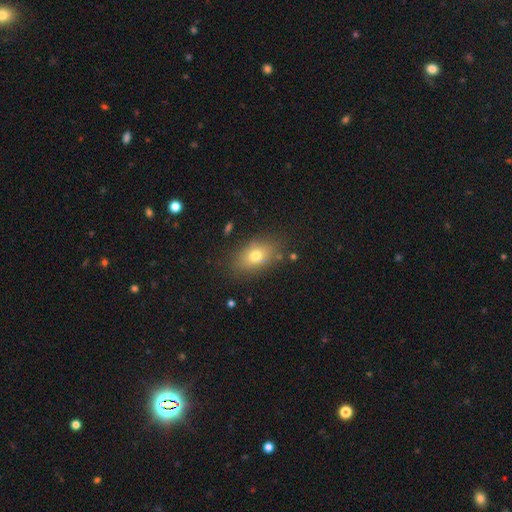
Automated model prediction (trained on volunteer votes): smooth-or-featured: smooth: 74% | featured or disk: 16% | star or artifact: 11%
  how-rounded: in between: 81% | round: 16% | cigar-shaped: 3%
  merging: none: 79% | minor disturbance: 14% | major disturbance: 5% | merger: 2%